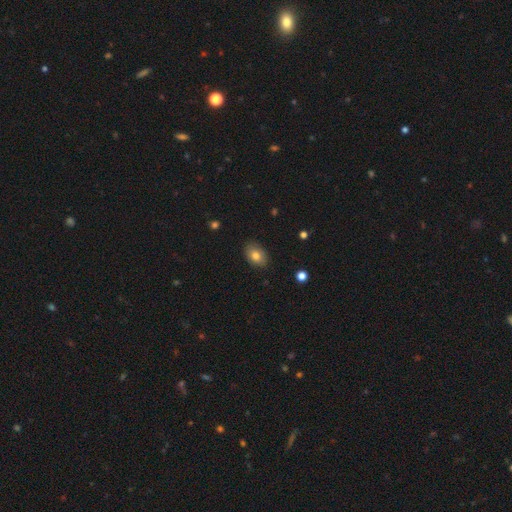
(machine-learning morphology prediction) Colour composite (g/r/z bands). It shows a smooth galaxy with no disk features (81%) that is in between round and cigar-shaped (83%). Merging: none (86%).